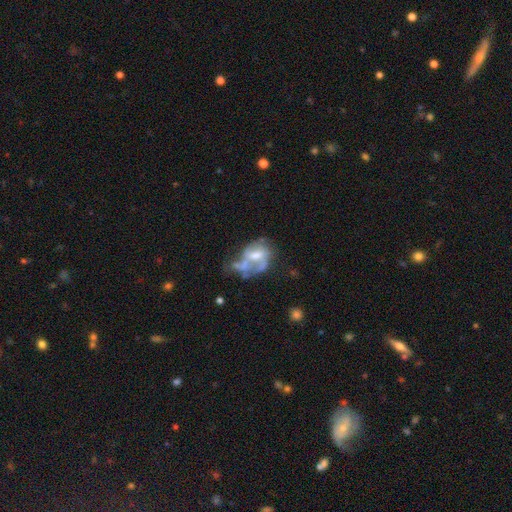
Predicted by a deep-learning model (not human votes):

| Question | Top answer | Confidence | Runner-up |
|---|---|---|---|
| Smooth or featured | featured or disk | 63% | smooth (27%) |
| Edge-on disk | no | 97% | yes (3%) |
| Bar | no | 45% | weak (41%) |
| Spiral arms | no | 51% | yes (49%) |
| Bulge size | moderate | 49% | small (23%) |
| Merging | major disturbance | 35% | none (23%) |